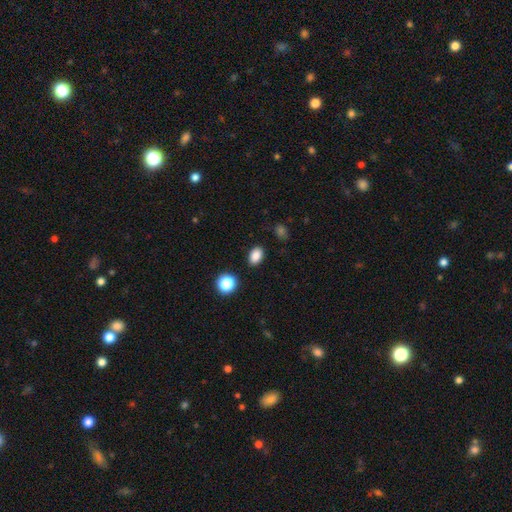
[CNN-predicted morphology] A smooth galaxy with no disk features (86%) that is in between round and cigar-shaped (82%). Merging: none (88%).